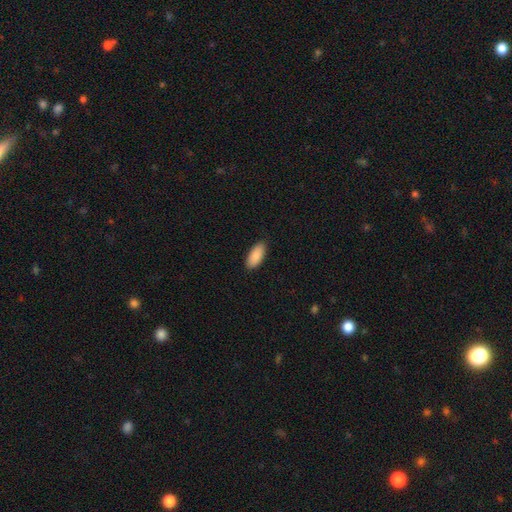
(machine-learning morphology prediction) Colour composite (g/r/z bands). It shows a smooth galaxy with no disk features (90%) that is in between round and cigar-shaped (89%). Merging: none (88%).